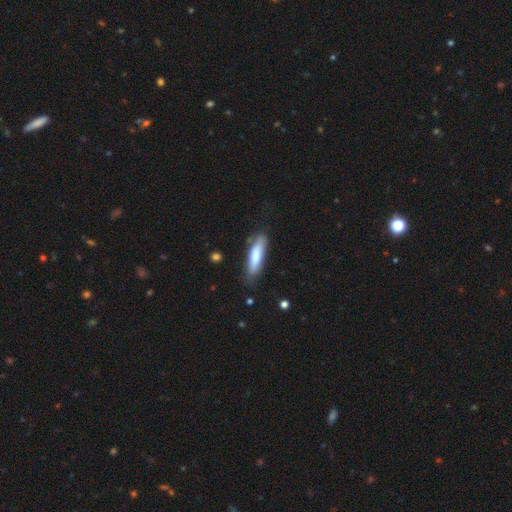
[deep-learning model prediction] A smooth galaxy with no disk features (74%) that is cigar-shaped (70%).

Vote fractions:
- Smooth or featured? smooth: 74% / featured or disk: 20% / star or artifact: 6%
- How rounded? cigar-shaped: 70% / in between: 29% / round: 1%
- Merging? none: 76% / minor disturbance: 17% / major disturbance: 4% / merger: 2%